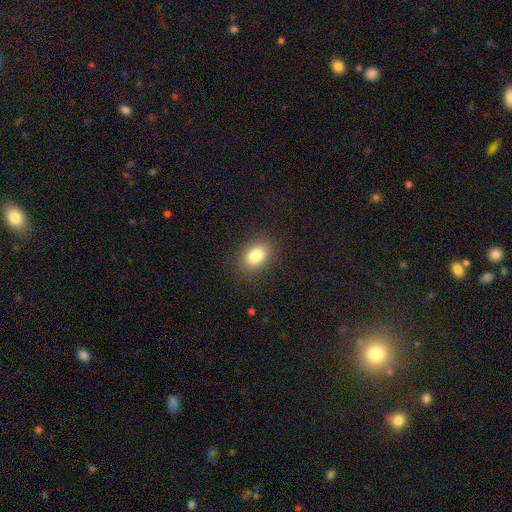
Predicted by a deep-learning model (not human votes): Smooth or featured?
  - smooth: 82% *
  - star or artifact: 10%
  - featured or disk: 8%
How rounded?
  - in between: 75% *
  - round: 23%
  - cigar-shaped: 1%
Merging?
  - none: 86% *
  - minor disturbance: 9%
  - major disturbance: 3%
  - merger: 1%